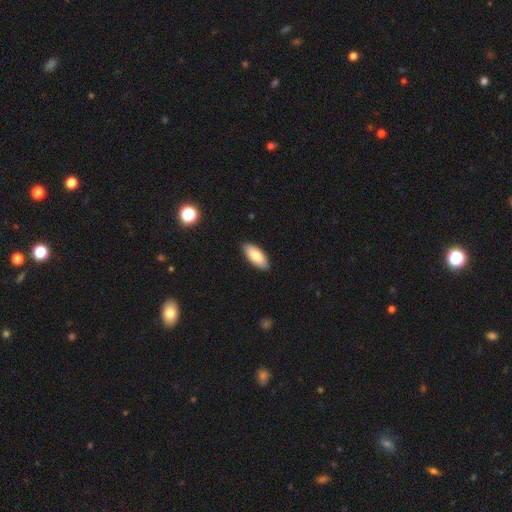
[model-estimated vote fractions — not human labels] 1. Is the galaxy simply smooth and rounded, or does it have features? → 82% smooth, 12% featured or disk, 6% star or artifact.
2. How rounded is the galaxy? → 86% in between, 12% cigar-shaped, 2% round.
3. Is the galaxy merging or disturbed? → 88% none, 9% minor disturbance, 2% major disturbance, 1% merger.